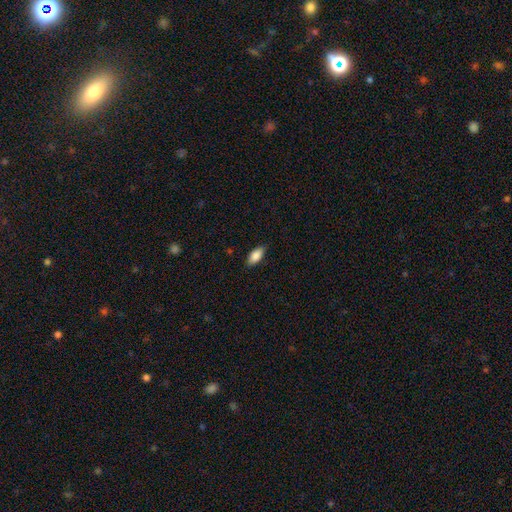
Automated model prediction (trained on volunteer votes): smooth-or-featured: smooth: 86% | featured or disk: 8% | star or artifact: 6%
  how-rounded: in between: 87% | cigar-shaped: 10% | round: 2%
  merging: none: 85% | minor disturbance: 12% | major disturbance: 2% | merger: 1%